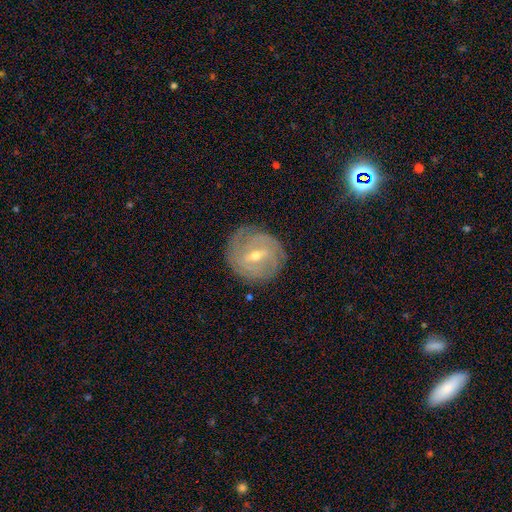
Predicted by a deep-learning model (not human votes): smooth_or_featured: featured or disk (p=0.82) [alt: smooth p=0.12]
disk_edge_on: no (p=0.95) [alt: yes p=0.05]
bar: weak (p=0.52) [alt: strong p=0.33]
has_spiral_arms: yes (p=0.91) [alt: no p=0.09]
spiral_winding: tight (p=0.74) [alt: medium p=0.20]
spiral_arm_count: can't tell (p=0.38) [alt: 2 p=0.22]
bulge_size: moderate (p=0.57) [alt: small p=0.40]
merging: none (p=0.82) [alt: minor disturbance p=0.12]